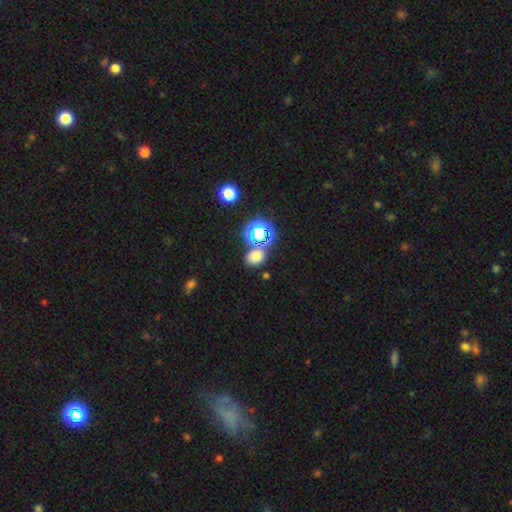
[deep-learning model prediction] A smooth galaxy with no disk features (66%) that is in between round and cigar-shaped (51%). Merging: none (70%).